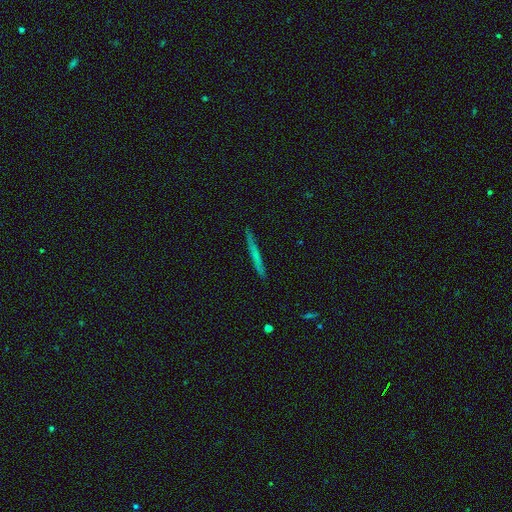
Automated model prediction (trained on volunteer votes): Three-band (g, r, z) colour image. It shows a smooth galaxy with no disk features (53%) that is cigar-shaped (96%). Merging: none (90%).